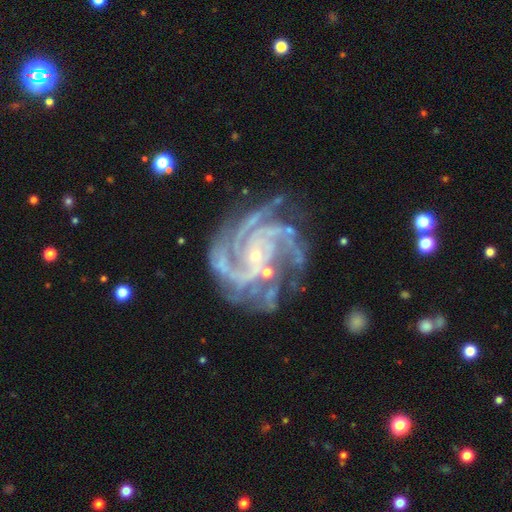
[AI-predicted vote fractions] This is clearly a featured or disk galaxy (93%). It is clearly not viewed edge-on (98%). Bar: likely no (66%). Spiral arm pattern: clearly yes (99%). Spiral arm count: marginally 4 (34%). Spiral winding: likely tight (61%). Central bulge: clearly small (85%). Merging: likely none (68%).